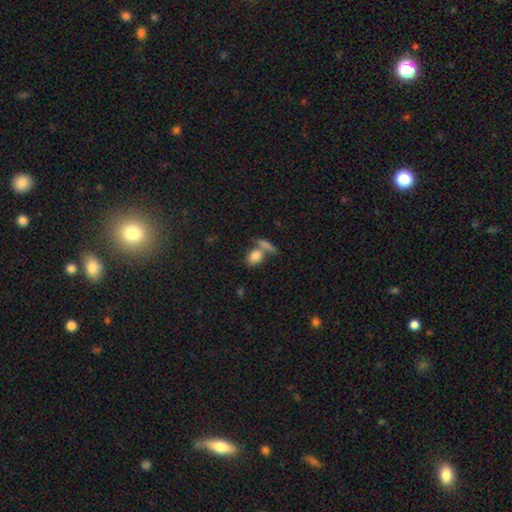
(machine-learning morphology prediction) Smooth or featured? Predicted: smooth (p=0.81). How rounded? Predicted: in between (p=0.72). Merging? Predicted: none (p=0.46).